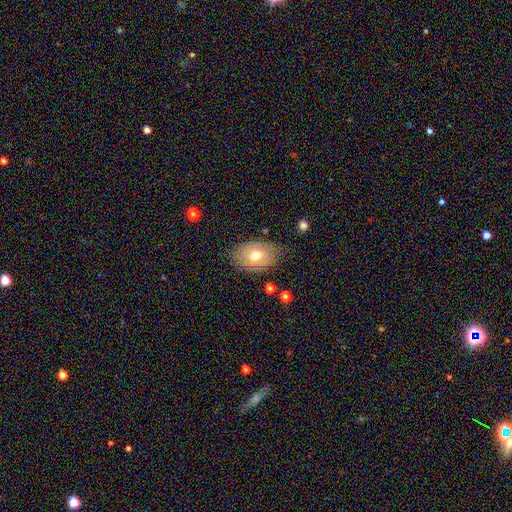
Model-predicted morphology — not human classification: Overall: smooth (63%; featured or disk 27%). How rounded: in between (81%). Merging: none (73%).